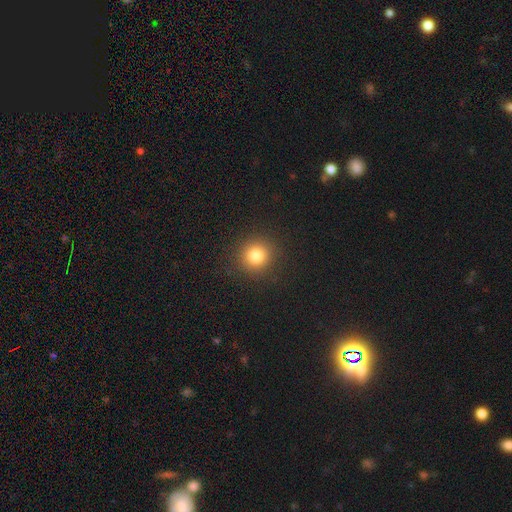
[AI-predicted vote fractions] smooth 82%, star or artifact 13%, featured or disk 6%. Down the decision tree: how rounded — round (91%); merging — none (90%).